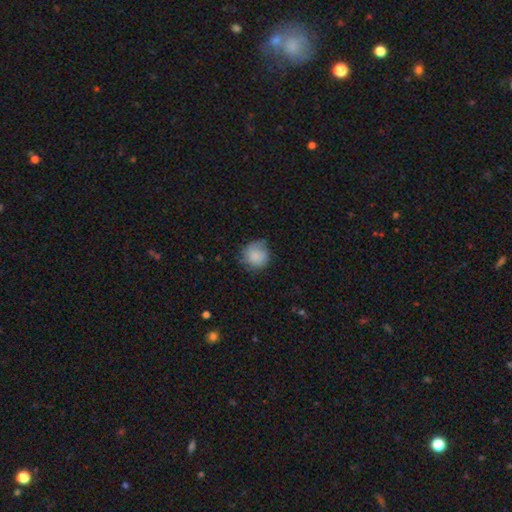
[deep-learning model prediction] Q: Smooth or featured?
A: smooth (79%); runner-up: featured or disk (13%)
Q: How rounded?
A: round (87%); runner-up: in between (12%)
Q: Merging?
A: none (60%); runner-up: minor disturbance (29%)